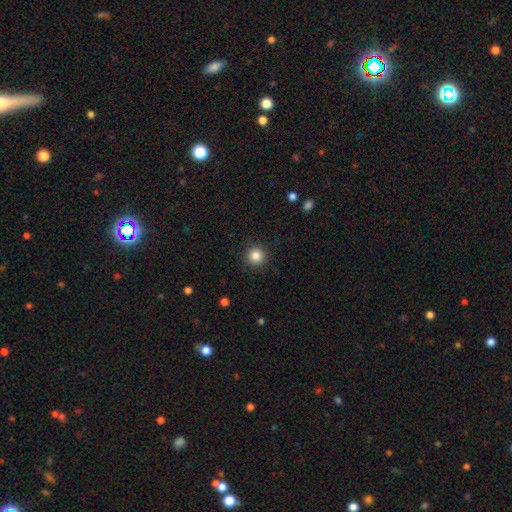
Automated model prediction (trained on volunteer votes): Morphology: type=smooth (85%); roundness=round (95%); merging=none (91%).